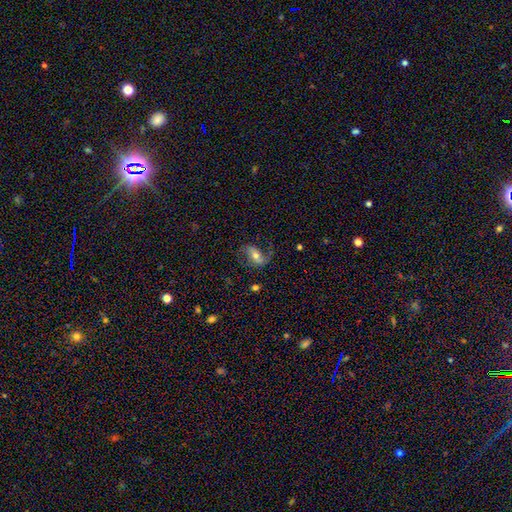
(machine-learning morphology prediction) The model was most divided on "bar": no: 34%, weak: 33%, strong: 33%. More confident: edge-on disk — no (93%); spiral arms — yes (87%); spiral arm count — 2 (79%); merging — none (62%); smooth or featured — featured or disk (62%); bulge size — moderate (62%); spiral winding — loose (60%).